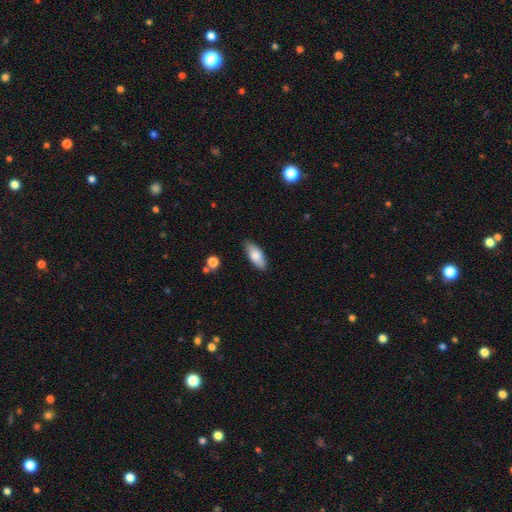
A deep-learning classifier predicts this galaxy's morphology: smooth 80%, featured or disk 13%, star or artifact 6%. Down the decision tree: how rounded — in between (82%); merging — none (84%).